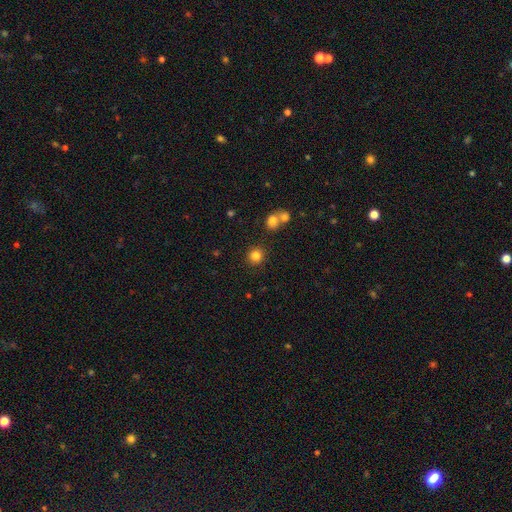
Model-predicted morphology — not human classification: type=smooth (82%); roundness=round (92%); merging=none (85%).